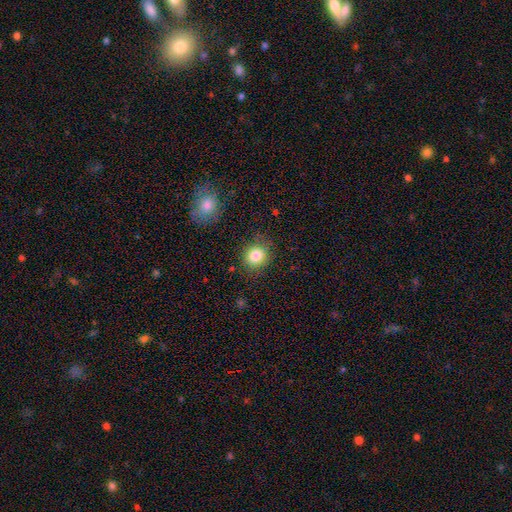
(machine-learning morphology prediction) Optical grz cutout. It shows a smooth galaxy with no disk features (82%) that is round (79%). Merging: none (83%).